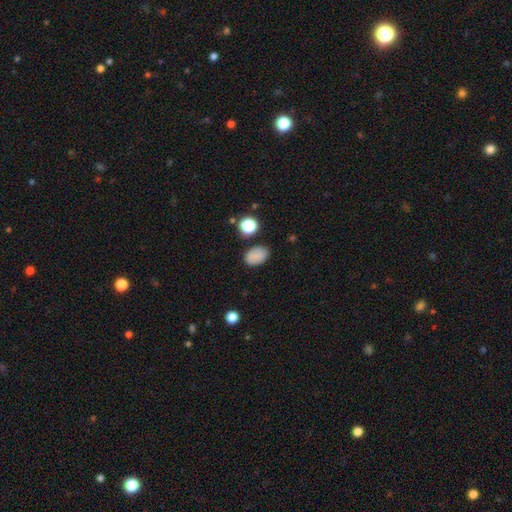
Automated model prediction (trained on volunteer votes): Smooth or featured? smooth (82%)
How rounded? in between (81%)
Merging? none (82%)